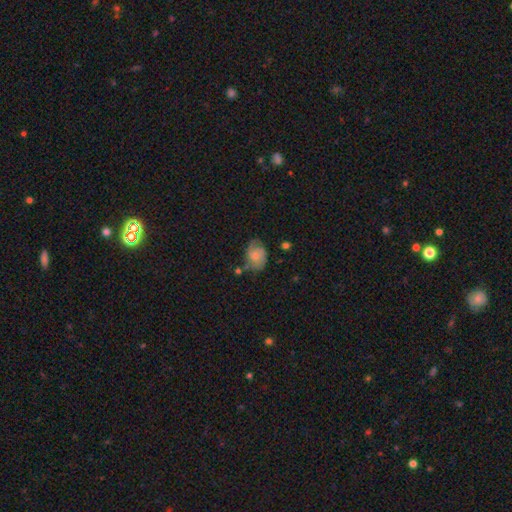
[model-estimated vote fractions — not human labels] Morphology: type=smooth (48%); merging=none (54%).